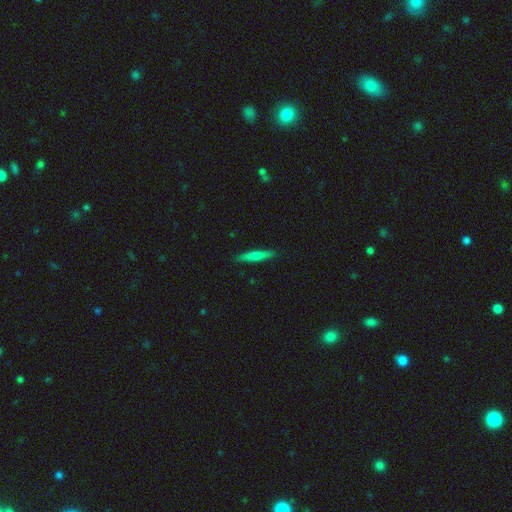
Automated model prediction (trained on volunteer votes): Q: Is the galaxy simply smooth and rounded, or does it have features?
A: smooth — 66%.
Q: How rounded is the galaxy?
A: cigar-shaped — 91%.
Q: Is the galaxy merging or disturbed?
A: none — 90%.